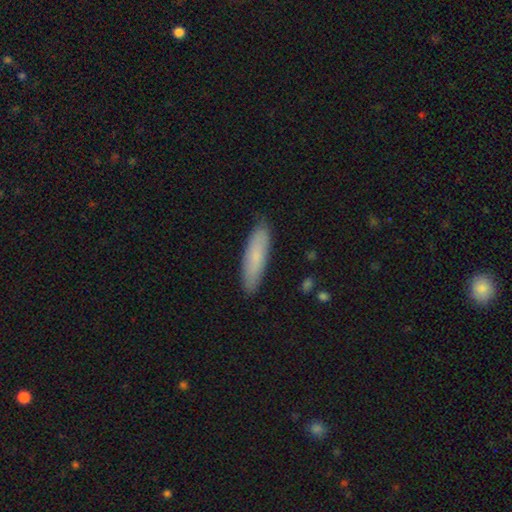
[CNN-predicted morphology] Smooth or featured? smooth (78%)
How rounded? cigar-shaped (69%)
Merging? none (86%)